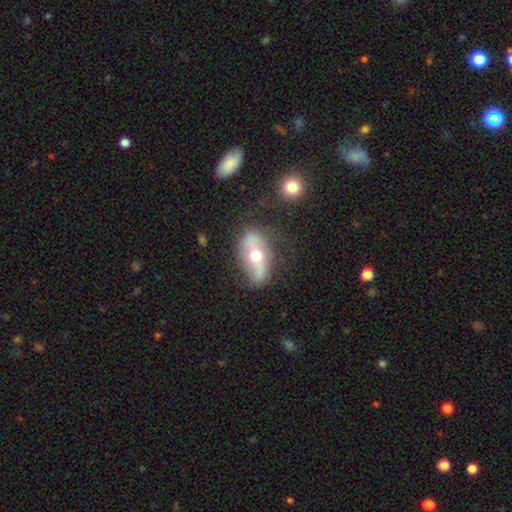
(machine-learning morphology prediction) A featured or disk galaxy (62%) with no bar (47%), spiral arms (54%) and a moderate central bulge (77%).

Vote fractions:
- Smooth or featured? featured or disk: 62% / smooth: 31% / star or artifact: 7%
- Edge-on disk? no: 83% / yes: 17%
- Bar? no: 47% / strong: 28% / weak: 24%
- Spiral arms? yes: 54% / no: 46%
- Bulge size? moderate: 77% / small: 10% / large: 10% / dominant: 1% / none: 1%
- Merging? none: 64% / minor disturbance: 23% / major disturbance: 10% / merger: 4%